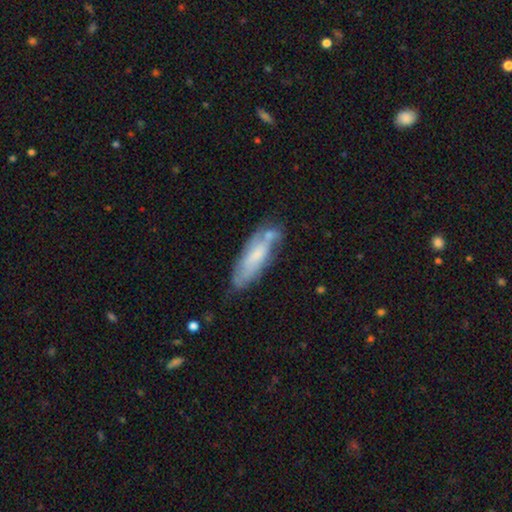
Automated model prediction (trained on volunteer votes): Smooth or featured?
  - smooth: 51% *
  - featured or disk: 42%
  - star or artifact: 7%
How rounded?
  - in between: 50% *
  - cigar-shaped: 49%
  - round: 2%
Merging?
  - none: 52% *
  - minor disturbance: 27%
  - merger: 12%
  - major disturbance: 9%